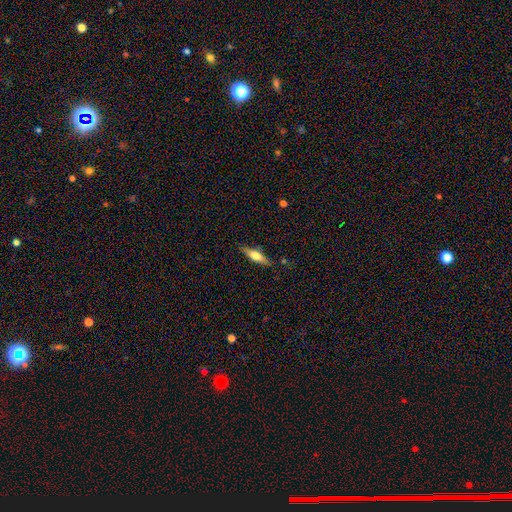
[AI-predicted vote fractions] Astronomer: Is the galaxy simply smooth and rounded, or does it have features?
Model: smooth — 57% (runner-up: featured or disk, 37%).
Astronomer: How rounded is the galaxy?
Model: cigar-shaped — 63%.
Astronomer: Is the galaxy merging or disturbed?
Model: none — 82%.